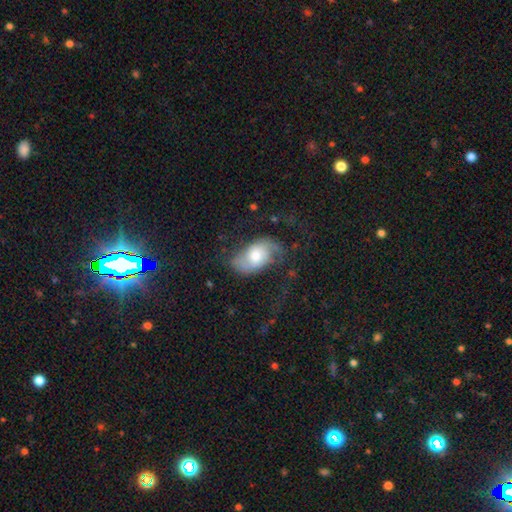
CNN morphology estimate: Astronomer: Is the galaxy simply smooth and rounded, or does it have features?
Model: featured or disk — 49% (runner-up: smooth, 44%).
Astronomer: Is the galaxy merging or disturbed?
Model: none — 50%.